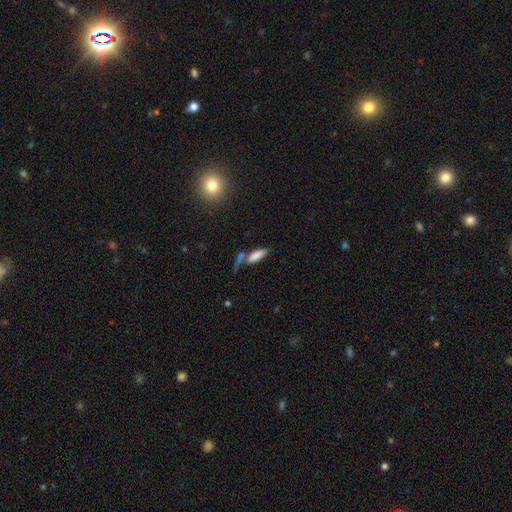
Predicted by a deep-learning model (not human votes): A smooth galaxy with no disk features (80%) that is in between round and cigar-shaped (65%). Merging: none (43%).